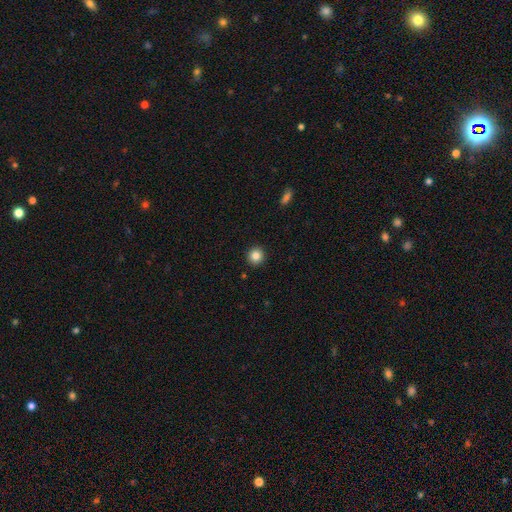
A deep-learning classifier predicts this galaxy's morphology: smooth_or_featured: smooth (p=0.84) [alt: star or artifact p=0.11]
how_rounded: round (p=0.94) [alt: in between p=0.05]
merging: none (p=0.93) [alt: minor disturbance p=0.04]